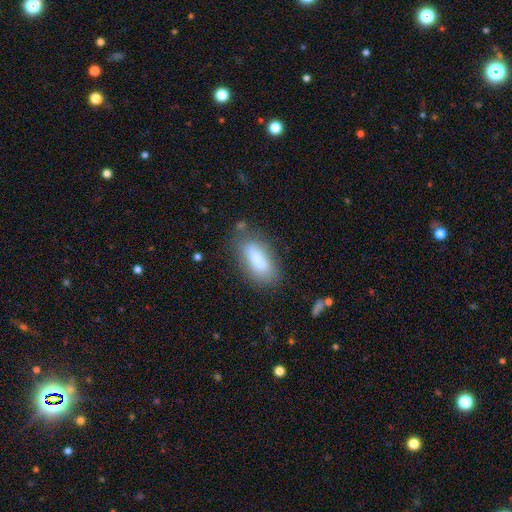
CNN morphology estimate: This is likely a smooth galaxy (74%). How rounded: likely in between (78%). Merging: likely none (74%).